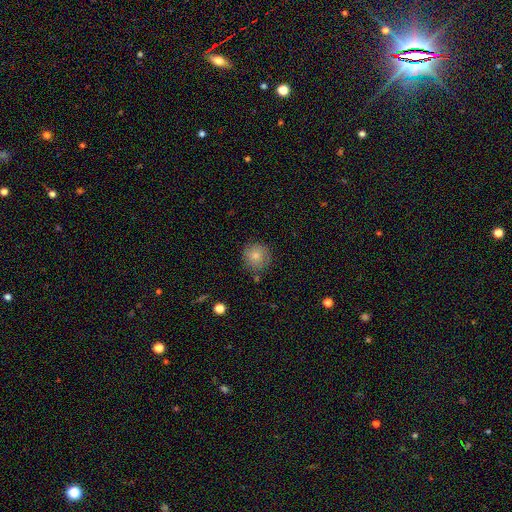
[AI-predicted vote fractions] A smooth galaxy with no disk features (78%) that is round (93%). Merging: none (80%).